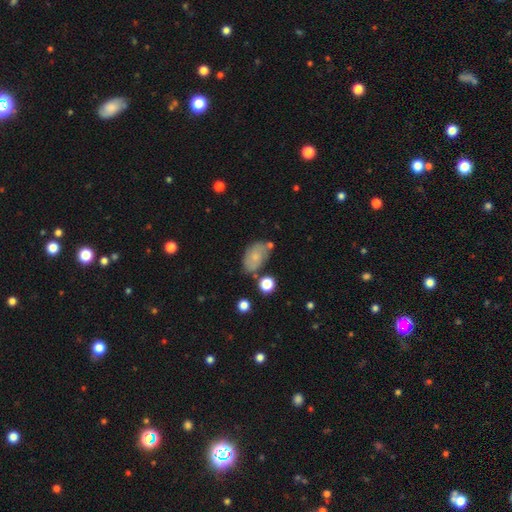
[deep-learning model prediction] Smooth or featured: smooth — 67% (featured or disk — 24%)
How rounded: in between — 90% (round — 9%)
Merging: none — 61% (minor disturbance — 23%)